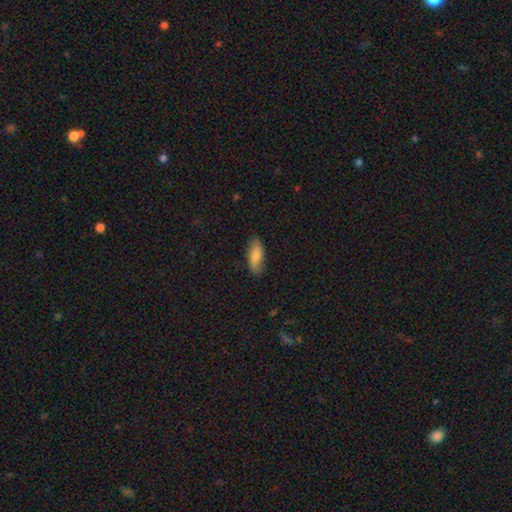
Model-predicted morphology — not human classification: Q: Smooth or featured?
A: smooth (80%); runner-up: featured or disk (14%)
Q: How rounded?
A: in between (76%); runner-up: cigar-shaped (22%)
Q: Merging?
A: none (82%); runner-up: minor disturbance (14%)